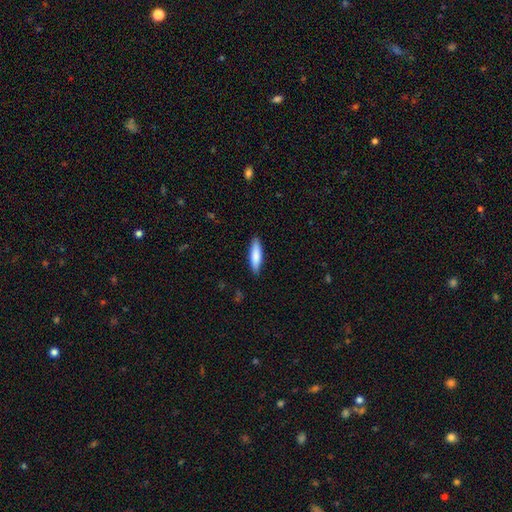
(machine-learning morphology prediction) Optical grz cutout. It shows a smooth galaxy with no disk features (84%) that is cigar-shaped (66%). Merging: none (88%).